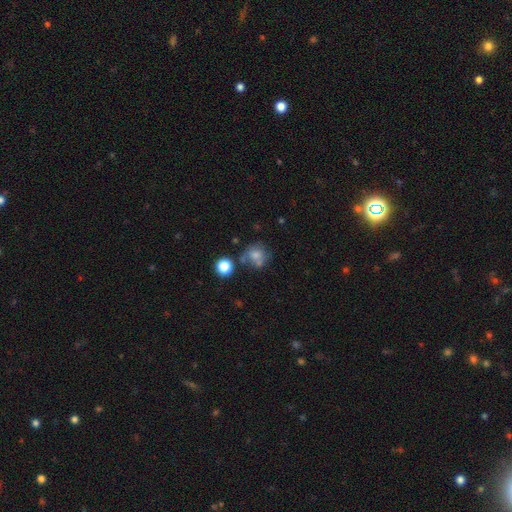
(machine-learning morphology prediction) Q: Smooth or featured?
A: smooth (70%); runner-up: featured or disk (17%)
Q: How rounded?
A: round (77%); runner-up: in between (22%)
Q: Merging?
A: none (48%); runner-up: merger (20%)